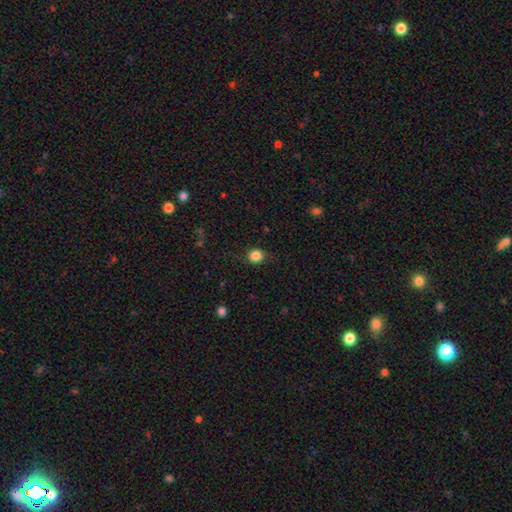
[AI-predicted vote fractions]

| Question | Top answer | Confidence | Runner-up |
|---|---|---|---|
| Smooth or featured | smooth | 85% | star or artifact (11%) |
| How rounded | round | 84% | in between (15%) |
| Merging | none | 86% | minor disturbance (10%) |